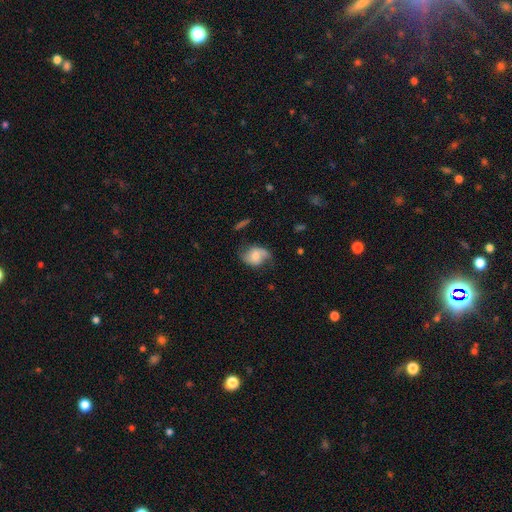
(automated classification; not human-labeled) Overall: featured or disk (50%; smooth 42%). Edge-on disk: no (96%). Merging: none (55%; minor disturbance 29%).